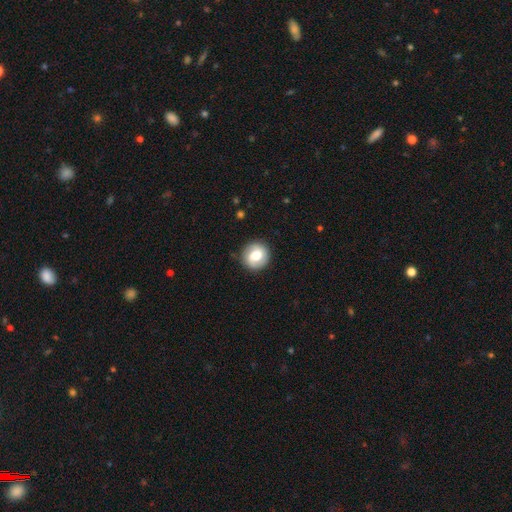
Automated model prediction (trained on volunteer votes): smooth_or_featured: smooth (p=0.58) [alt: featured or disk p=0.35]
how_rounded: round (p=0.87) [alt: in between p=0.13]
merging: none (p=0.86) [alt: minor disturbance p=0.10]